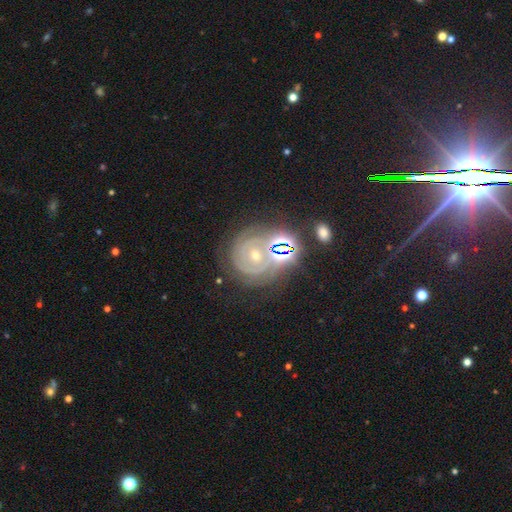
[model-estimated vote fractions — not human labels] Smooth or featured: featured or disk — 79% (star or artifact — 12%)
Edge-on disk: no — 97% (yes — 3%)
Bar: no — 64% (weak — 25%)
Spiral arms: yes — 95% (no — 5%)
Spiral winding: tight — 79% (medium — 17%)
Spiral arm count: 2 — 44% (3 — 22%)
Bulge size: small — 57% (moderate — 39%)
Merging: none — 67% (minor disturbance — 17%)